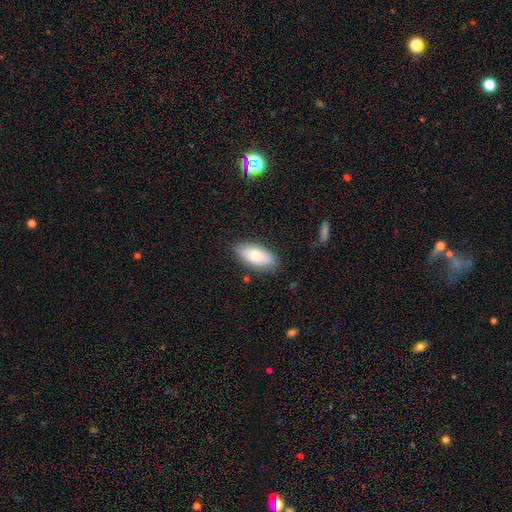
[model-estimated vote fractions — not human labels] smooth_or_featured: smooth (p=0.79) [alt: featured or disk p=0.14]
how_rounded: in between (p=0.87) [alt: cigar-shaped p=0.10]
merging: none (p=0.82) [alt: minor disturbance p=0.14]